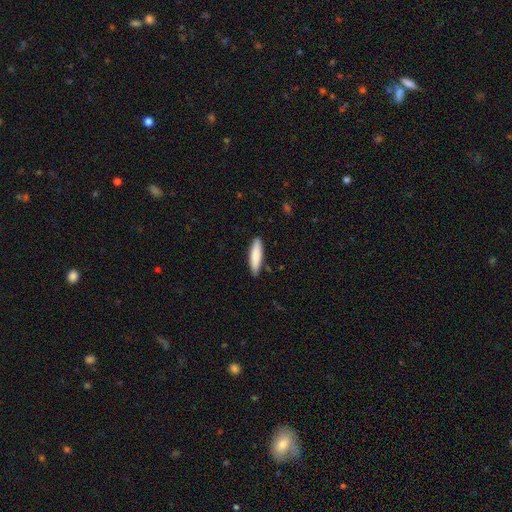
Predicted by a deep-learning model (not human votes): Q: Smooth or featured?
A: smooth (83%); runner-up: featured or disk (11%)
Q: How rounded?
A: cigar-shaped (72%); runner-up: in between (27%)
Q: Merging?
A: none (86%); runner-up: minor disturbance (11%)